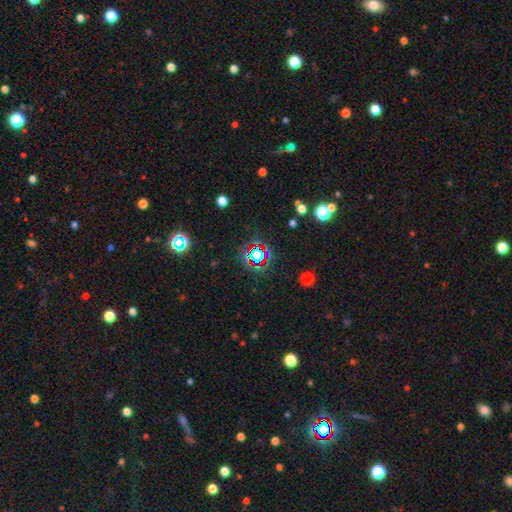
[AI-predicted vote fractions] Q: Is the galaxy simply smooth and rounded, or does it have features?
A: star or artifact — 70%.